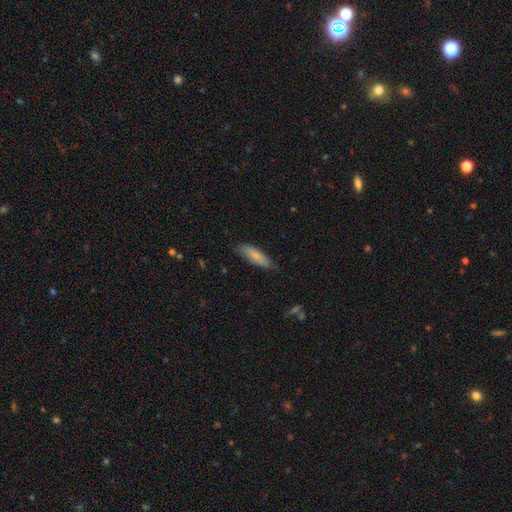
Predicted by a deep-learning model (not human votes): Smooth or featured?
  - smooth: 78% *
  - featured or disk: 17%
  - star or artifact: 6%
How rounded?
  - cigar-shaped: 51% *
  - in between: 48%
  - round: 2%
Merging?
  - none: 76% *
  - minor disturbance: 20%
  - major disturbance: 3%
  - merger: 1%